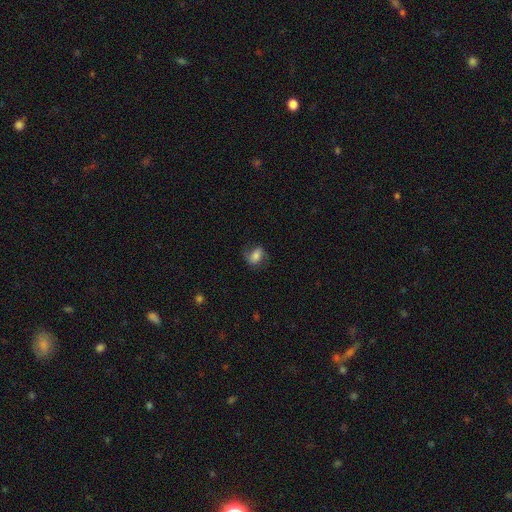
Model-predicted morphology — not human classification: A smooth galaxy with no disk features (59%) that is in between round and cigar-shaped (69%). Merging: none (67%).